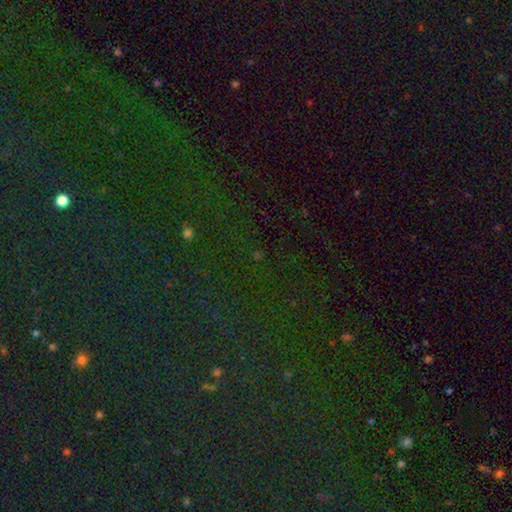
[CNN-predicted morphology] Smooth or featured? star or artifact (82%)